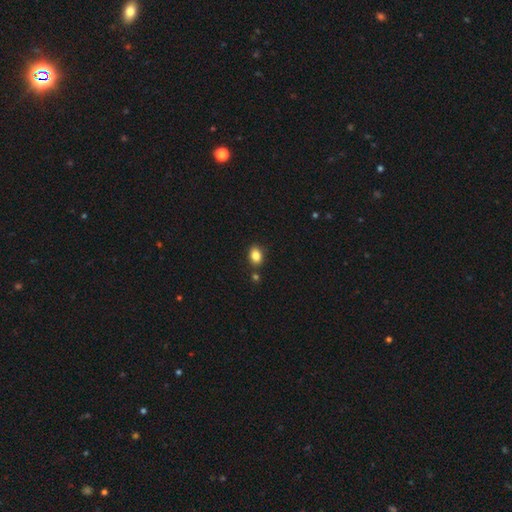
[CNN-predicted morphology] type=smooth (84%); roundness=in between (71%); merging=none (82%).